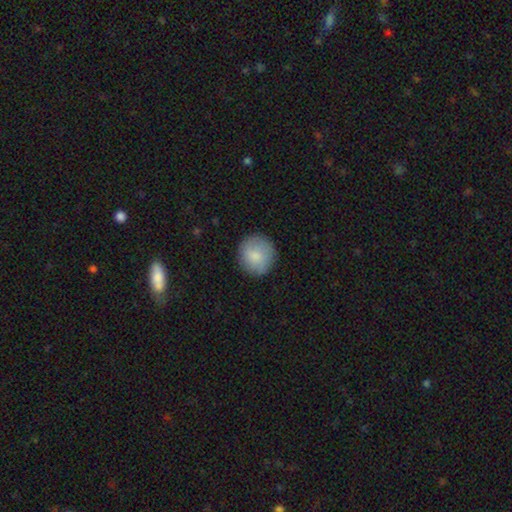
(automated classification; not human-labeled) Overall: smooth (84%). How rounded: round (93%). Merging: none (87%).